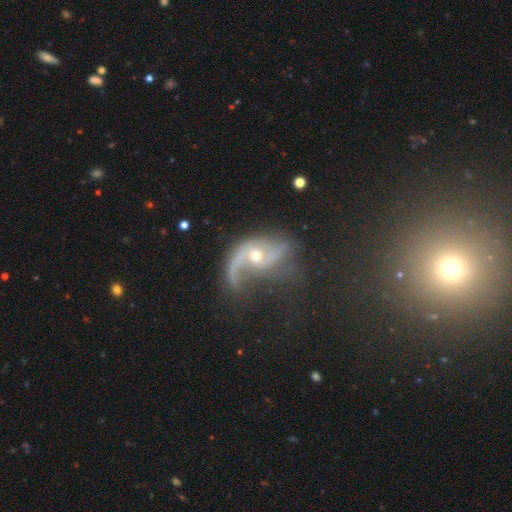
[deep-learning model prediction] This appears to be a featured or disk galaxy (84%) with no bar (64%), 2 (71%) loose (70%) spiral arms (93%) and a moderate central bulge (51%). Merging: none (42%).